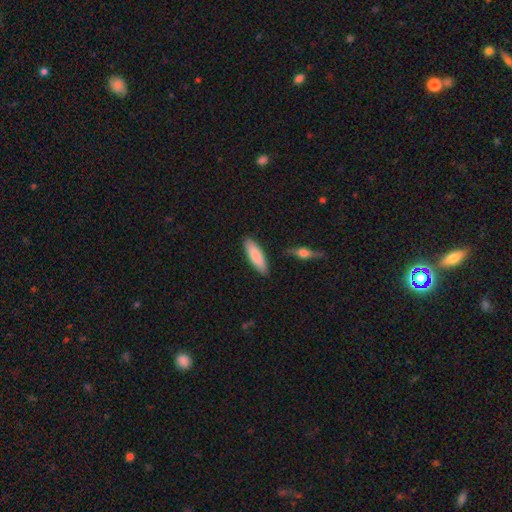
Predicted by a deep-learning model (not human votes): This appears to be a smooth galaxy with no disk features (84%) that is cigar-shaped (51%). Merging: none (85%).